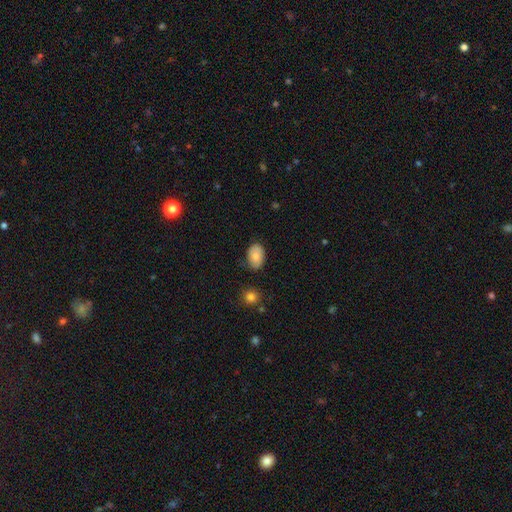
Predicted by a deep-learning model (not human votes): A smooth galaxy with no disk features (82%) that is in between round and cigar-shaped (87%). Merging: none (77%).